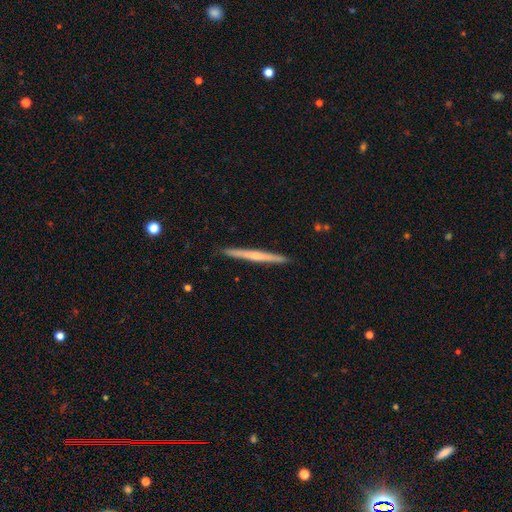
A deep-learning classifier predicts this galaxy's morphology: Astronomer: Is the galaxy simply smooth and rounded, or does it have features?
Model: featured or disk — 53% (runner-up: smooth, 42%).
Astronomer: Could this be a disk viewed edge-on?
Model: yes — 98%.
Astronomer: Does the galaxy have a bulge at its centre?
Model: none — 62%.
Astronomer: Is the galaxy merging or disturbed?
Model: none — 92%.